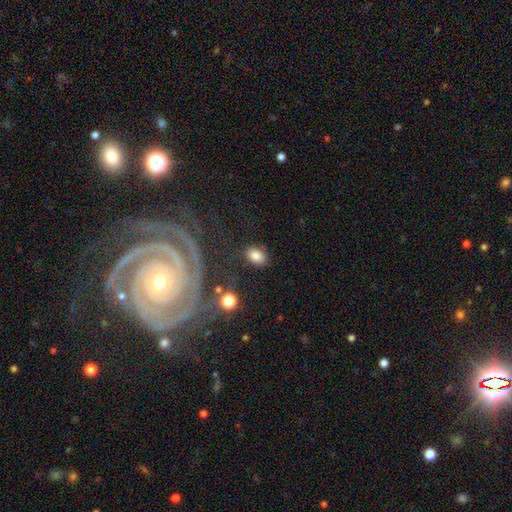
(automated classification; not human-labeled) This is clearly a smooth galaxy (81%). How rounded: likely in between (79%). Merging: likely none (76%).